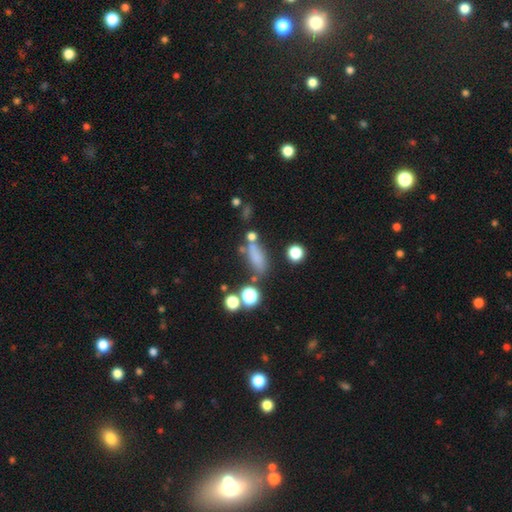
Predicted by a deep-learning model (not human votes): The model was most divided on "how rounded": in between: 57%, cigar-shaped: 34%, round: 9%. More confident: smooth or featured — smooth (70%); merging — none (57%).